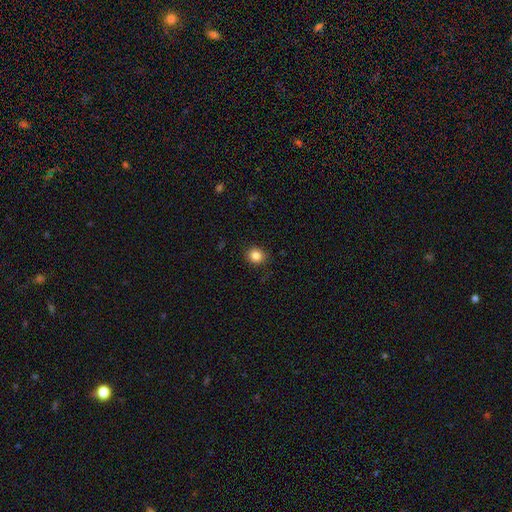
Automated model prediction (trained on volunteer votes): smooth-or-featured: smooth: 85% | star or artifact: 11% | featured or disk: 4%
  how-rounded: round: 79% | in between: 21% | cigar-shaped: 1%
  merging: none: 87% | minor disturbance: 10% | major disturbance: 2% | merger: 1%